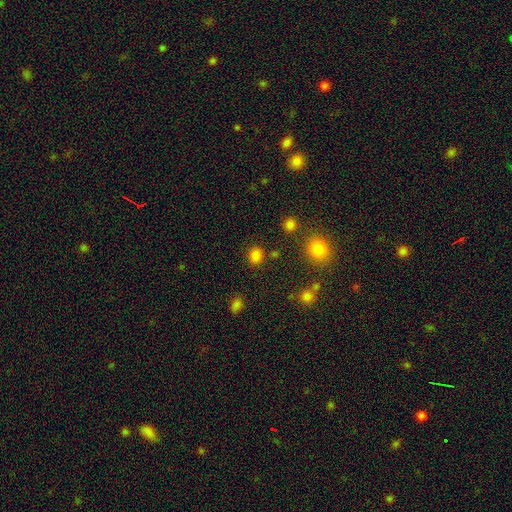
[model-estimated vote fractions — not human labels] smooth-or-featured: smooth: 81% | star or artifact: 15% | featured or disk: 4%
  how-rounded: round: 73% | in between: 26% | cigar-shaped: 1%
  merging: none: 84% | minor disturbance: 9% | merger: 4% | major disturbance: 3%